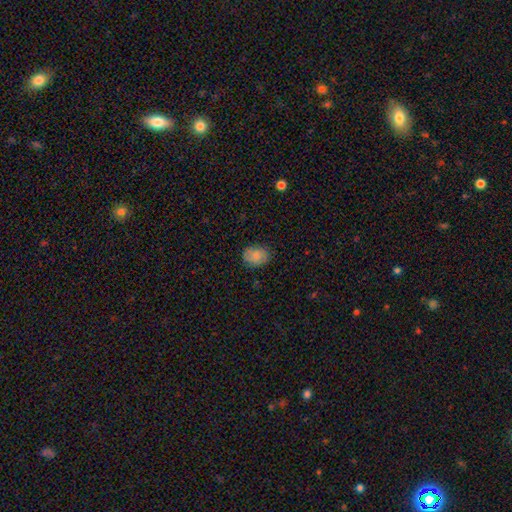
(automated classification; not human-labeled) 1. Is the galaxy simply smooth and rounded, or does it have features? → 83% smooth, 9% featured or disk, 8% star or artifact.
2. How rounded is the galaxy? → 69% in between, 30% round, 1% cigar-shaped.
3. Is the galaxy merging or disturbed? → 80% none, 15% minor disturbance, 3% major disturbance, 1% merger.